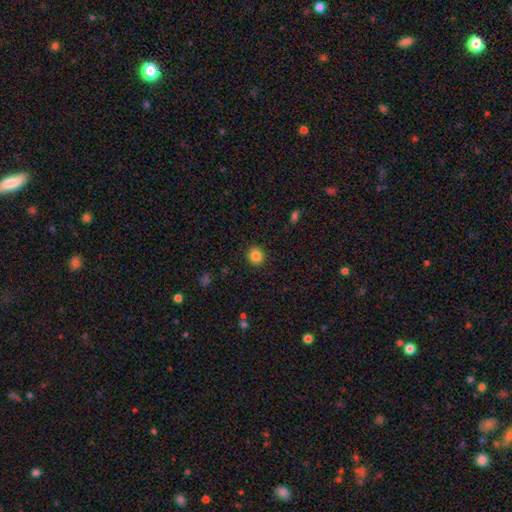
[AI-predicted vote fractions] This is clearly a smooth galaxy (86%). How rounded: clearly round (87%). Merging: clearly none (91%).